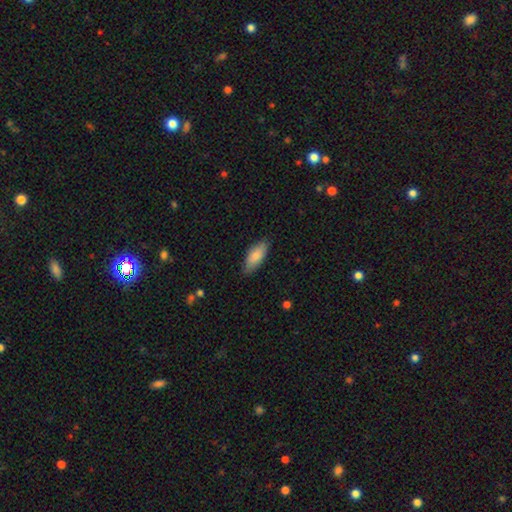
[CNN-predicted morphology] The model was most divided on "how rounded": in between: 79%, cigar-shaped: 19%, round: 2%. More confident: merging — none (82%); smooth or featured — smooth (82%).